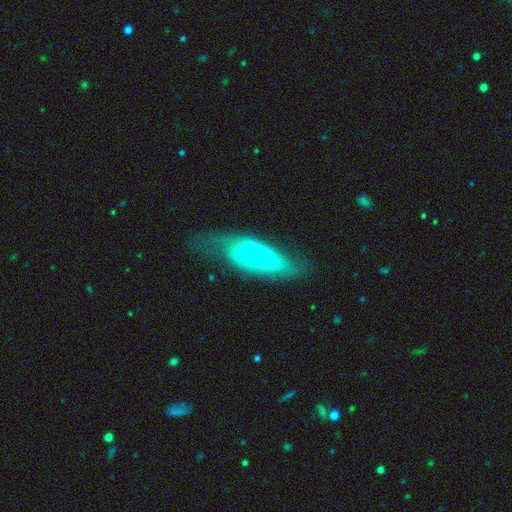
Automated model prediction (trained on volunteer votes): Smooth or featured: featured or disk — 75% (smooth — 19%)
Edge-on disk: no — 83% (yes — 17%)
Bar: no — 42% (tied with weak — 42%)
Spiral arms: yes — 66% (no — 34%)
Bulge size: small — 64% (moderate — 30%)
Merging: none — 54% (minor disturbance — 27%)